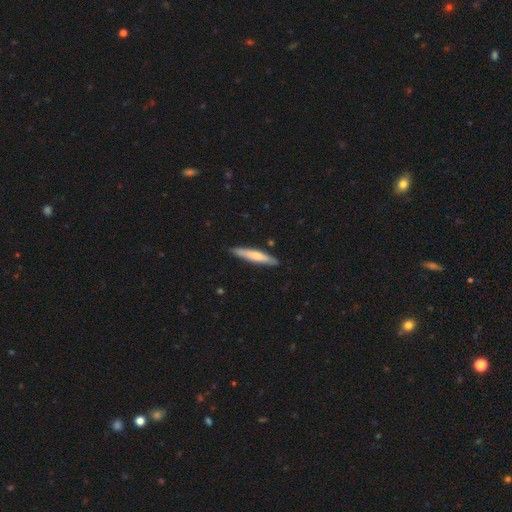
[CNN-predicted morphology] Smooth or featured?
  - smooth: 63% *
  - featured or disk: 32%
  - star or artifact: 5%
How rounded?
  - cigar-shaped: 91% *
  - in between: 8%
  - round: 1%
Merging?
  - none: 88% *
  - minor disturbance: 9%
  - major disturbance: 2%
  - merger: 1%